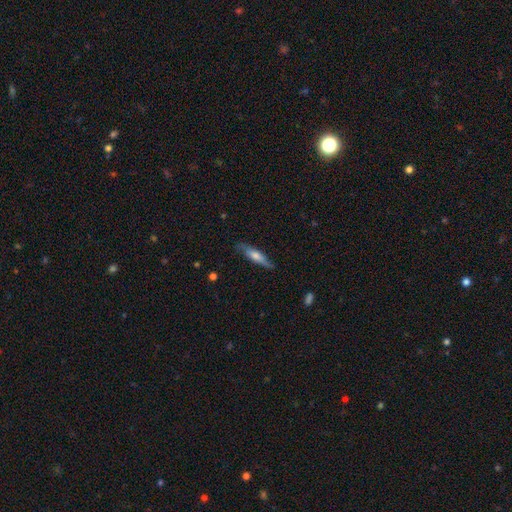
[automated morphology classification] Overall: smooth (50%; featured or disk 44%). Merging: none (77%).